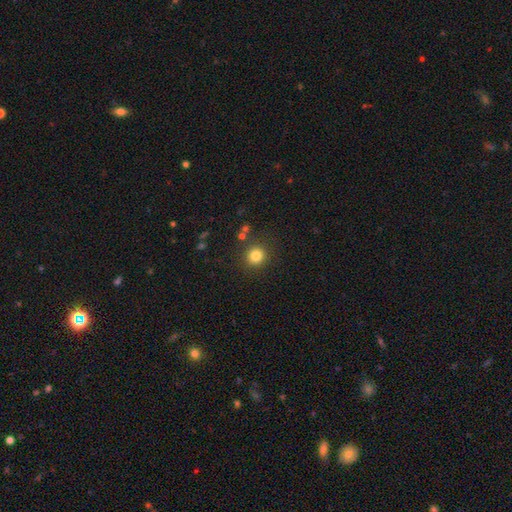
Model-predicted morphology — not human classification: type=smooth (82%); roundness=round (92%); merging=none (87%).